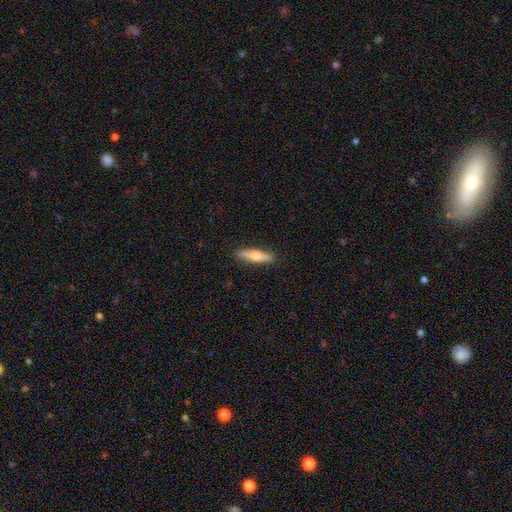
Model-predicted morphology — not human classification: type=smooth (54%); roundness=cigar-shaped (77%); merging=none (89%).